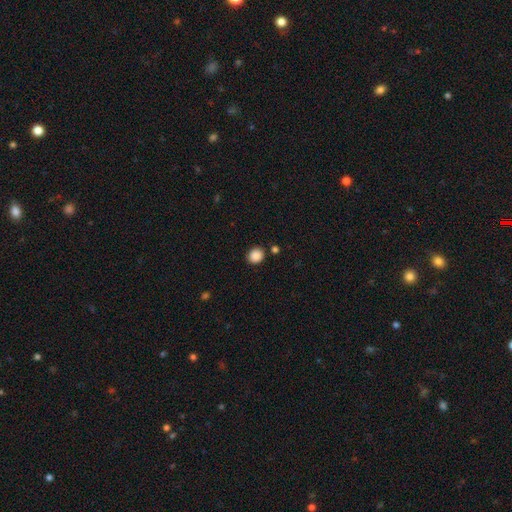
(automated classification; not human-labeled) Q: Smooth or featured?
A: smooth (88%); runner-up: star or artifact (9%)
Q: How rounded?
A: round (79%); runner-up: in between (20%)
Q: Merging?
A: none (86%); runner-up: minor disturbance (8%)